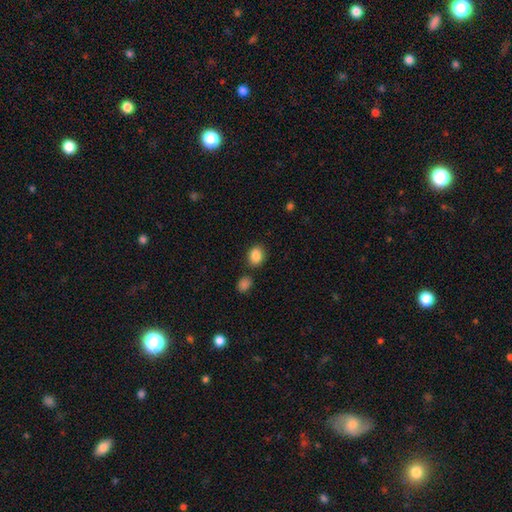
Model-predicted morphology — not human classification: Q: Smooth or featured?
A: smooth (87%); runner-up: star or artifact (9%)
Q: How rounded?
A: in between (53%); runner-up: round (46%)
Q: Merging?
A: none (79%); runner-up: minor disturbance (10%)